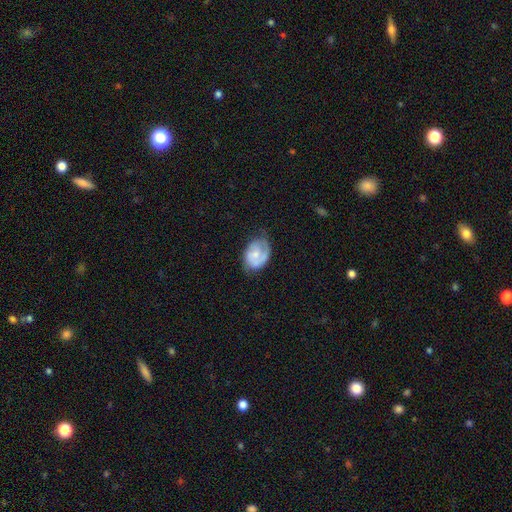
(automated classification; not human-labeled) featured or disk 53%, smooth 40%, star or artifact 7%. Down the decision tree: edge-on disk — no (97%); bar — no (67%); spiral arms — yes (78%); bulge size — small (49%); merging — none (52%).